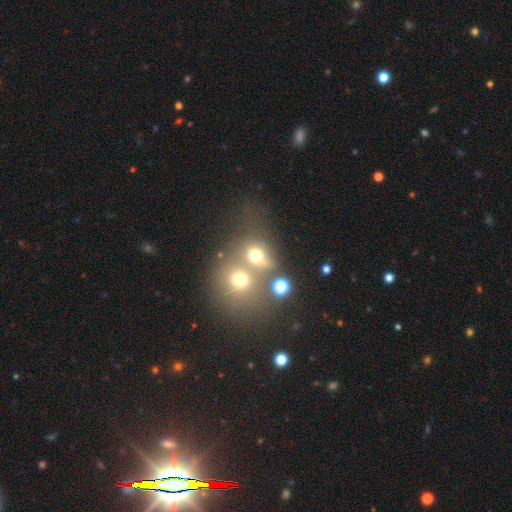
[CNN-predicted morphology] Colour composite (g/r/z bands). It shows a smooth galaxy with no disk features (64%) that is round (69%). Merging: merger (54%).